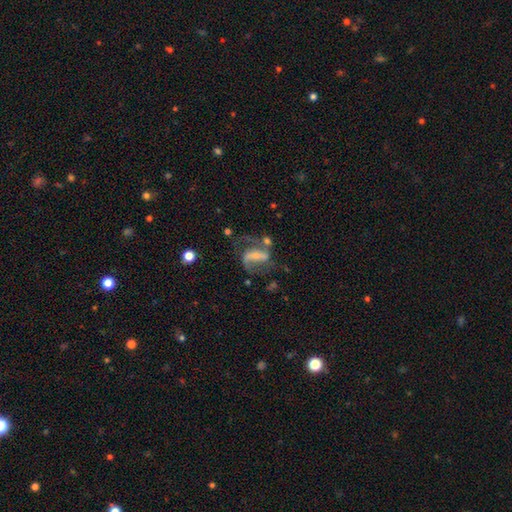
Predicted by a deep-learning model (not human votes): featured or disk 78%, smooth 14%, star or artifact 8%. Down the decision tree: edge-on disk — no (95%); bar — strong (53%); spiral arms — yes (87%); spiral arm count — 2 (83%); spiral winding — loose (49%); bulge size — small (49%); merging — none (44%).